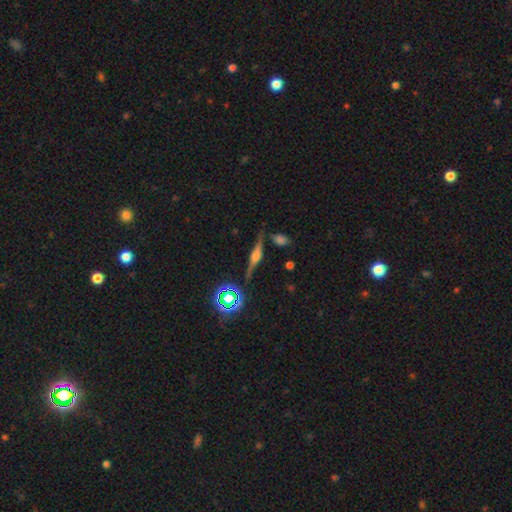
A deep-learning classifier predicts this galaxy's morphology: This appears to be a featured or disk galaxy (74%) viewed edge-on (96%) with a rounded central bulge (80%). Merging: none (82%).